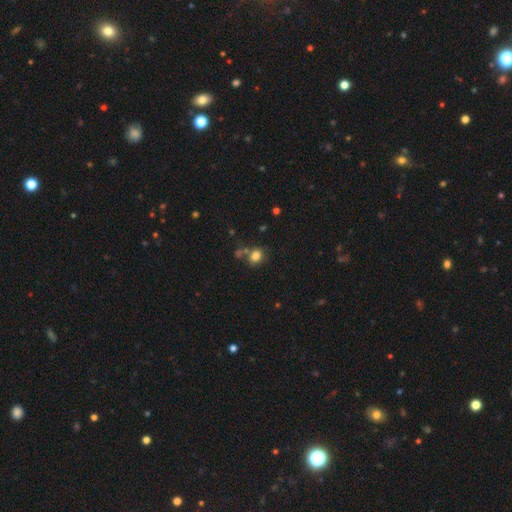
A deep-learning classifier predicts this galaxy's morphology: A smooth galaxy with no disk features (80%) that is round (58%). Merging: none (66%).